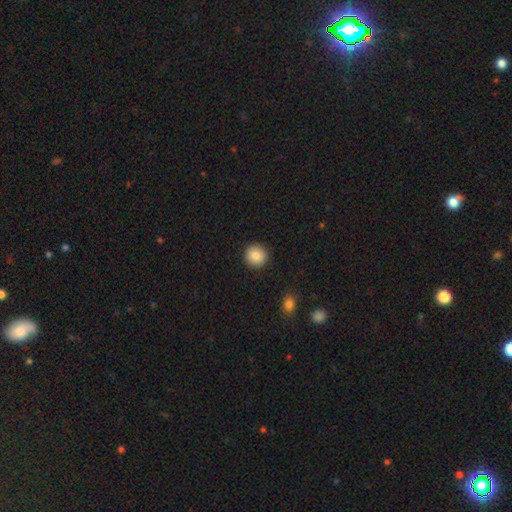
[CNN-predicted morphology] A smooth galaxy with no disk features (88%) that is round (93%). Merging: none (92%).